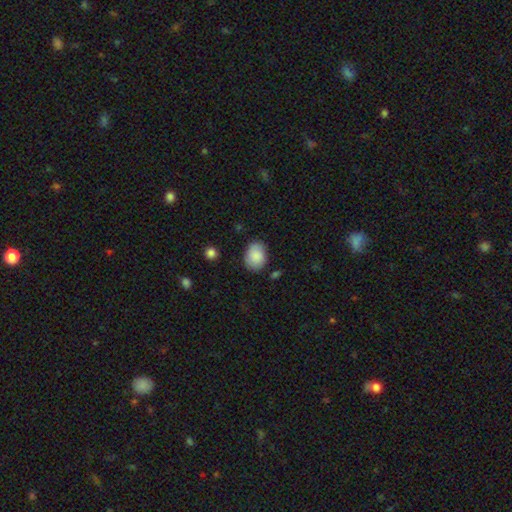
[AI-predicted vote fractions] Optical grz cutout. It shows a smooth galaxy with no disk features (84%) that is in between round and cigar-shaped (67%). Merging: none (76%).